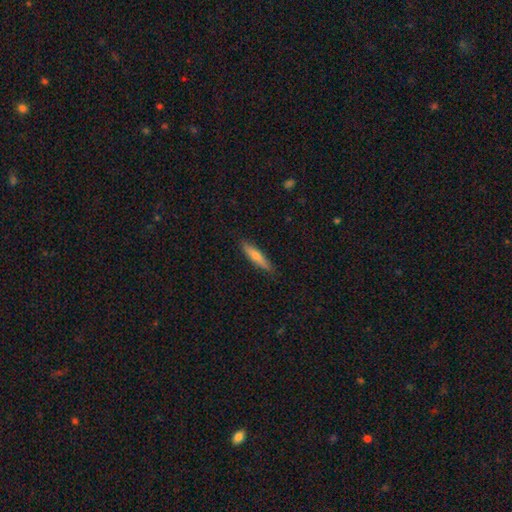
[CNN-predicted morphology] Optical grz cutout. It shows a smooth galaxy with no disk features (55%) that is cigar-shaped (89%). Merging: none (88%).